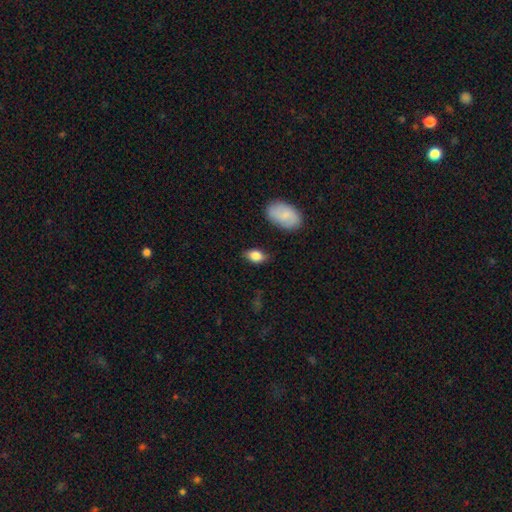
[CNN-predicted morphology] Smooth or featured? smooth (83%)
How rounded? in between (89%)
Merging? none (78%)